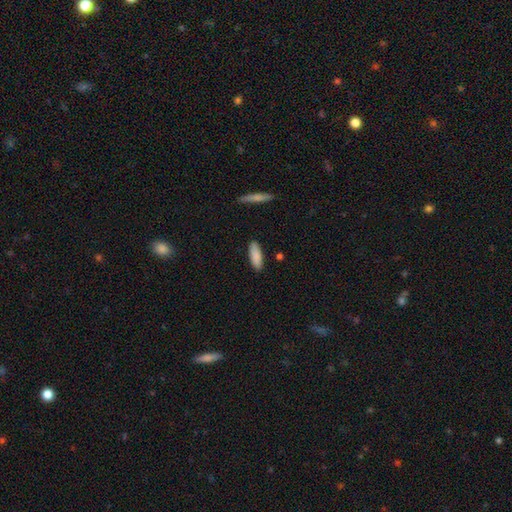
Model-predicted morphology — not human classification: Smooth or featured? Predicted: smooth (p=0.87). How rounded? Predicted: in between (p=0.60). Merging? Predicted: none (p=0.87).